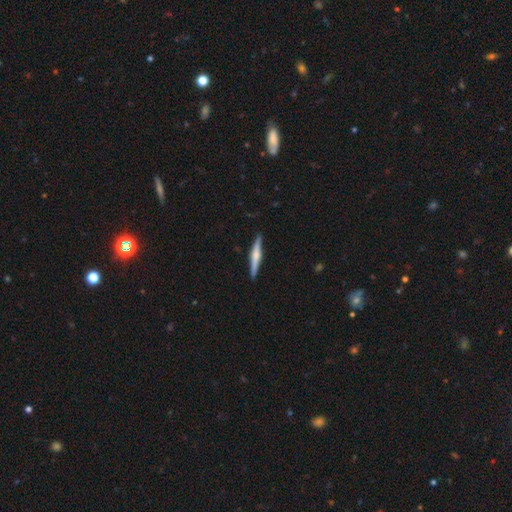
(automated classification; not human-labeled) featured or disk 63%, smooth 32%, star or artifact 5%. Down the decision tree: edge-on disk — yes (98%); edge-on bulge — rounded (73%); merging — none (91%).